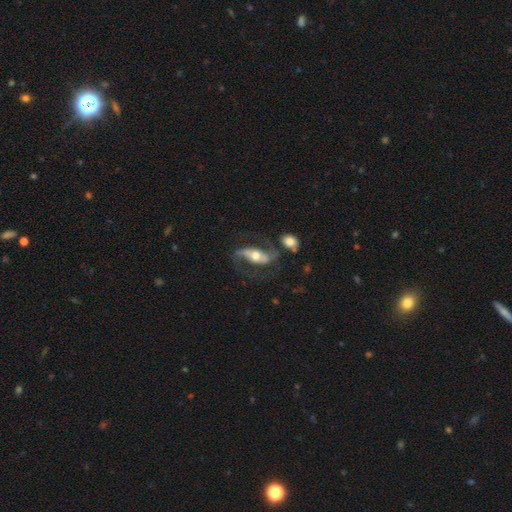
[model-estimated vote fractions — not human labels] smooth_or_featured: featured or disk (p=0.79) [alt: smooth p=0.15]
disk_edge_on: no (p=0.91) [alt: yes p=0.09]
bar: strong (p=0.44) [alt: weak p=0.28]
has_spiral_arms: yes (p=0.90) [alt: no p=0.10]
spiral_winding: loose (p=0.50) [alt: medium p=0.39]
spiral_arm_count: 2 (p=0.90) [alt: can't tell p=0.04]
bulge_size: moderate (p=0.69) [alt: large p=0.15]
merging: none (p=0.55) [alt: major disturbance p=0.17]